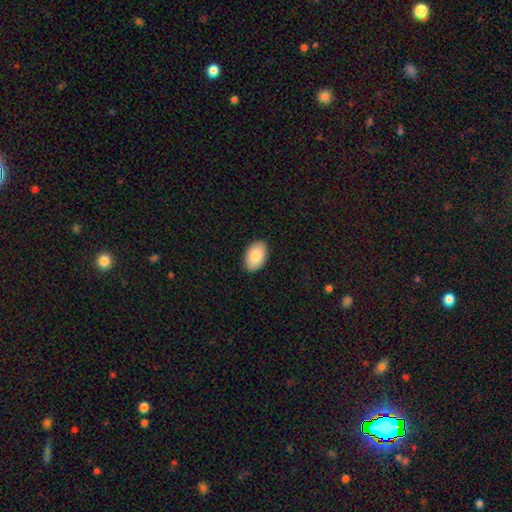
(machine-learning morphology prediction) smooth 85%, featured or disk 8%, star or artifact 6%. Down the decision tree: how rounded — in between (93%); merging — none (89%).